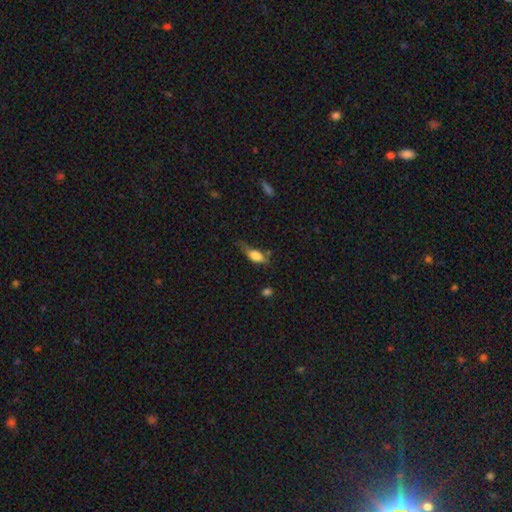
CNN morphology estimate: This appears to be a smooth galaxy with no disk features (69%) that is in between round and cigar-shaped (74%). Merging: none (42%).